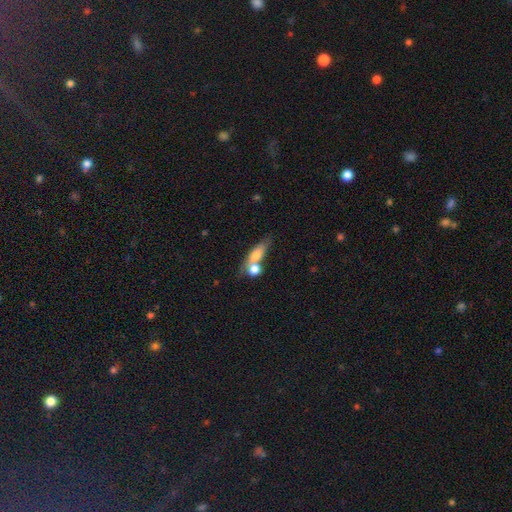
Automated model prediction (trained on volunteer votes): The model was most divided on "merging": merger: 45%, none: 35%, minor disturbance: 12%, major disturbance: 8%. More confident: smooth or featured — smooth (71%); how rounded — in between (56%).